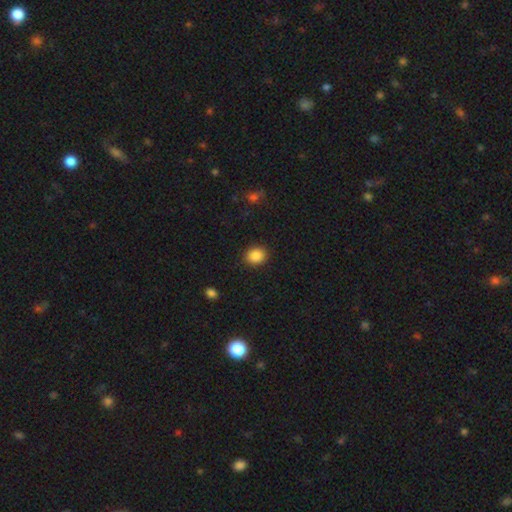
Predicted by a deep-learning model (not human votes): smooth_or_featured: smooth (p=0.87) [alt: star or artifact p=0.09]
how_rounded: round (p=0.62) [alt: in between p=0.37]
merging: none (p=0.89) [alt: minor disturbance p=0.07]